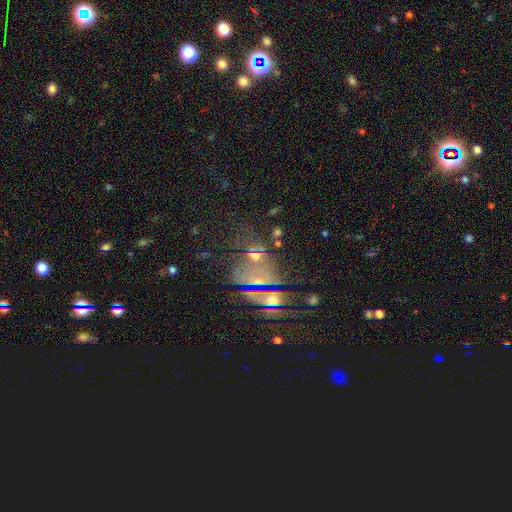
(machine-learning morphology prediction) type=star or artifact (43%).